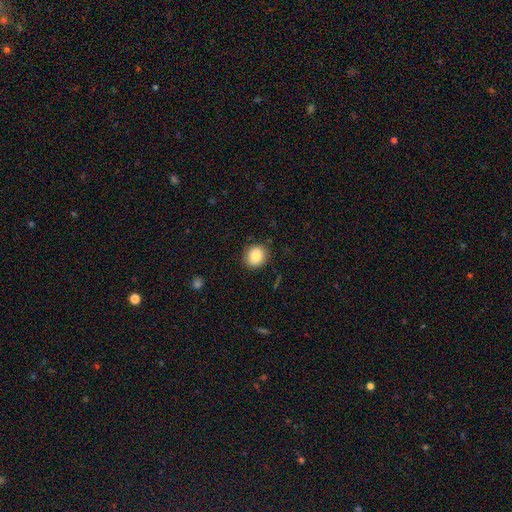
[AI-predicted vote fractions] Morphology: type=smooth (84%); roundness=round (77%); merging=none (88%).